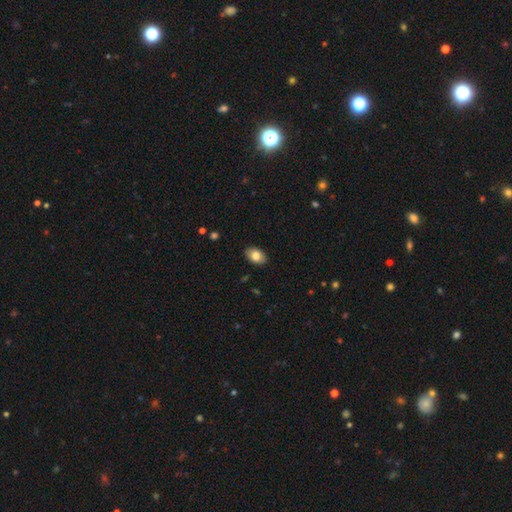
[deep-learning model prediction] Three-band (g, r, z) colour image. It shows a smooth galaxy with no disk features (82%) that is in between round and cigar-shaped (88%). Merging: none (88%).